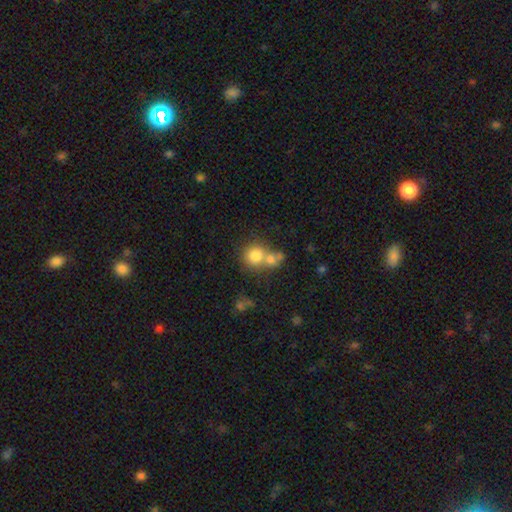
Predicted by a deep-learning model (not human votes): Smooth or featured: smooth — 77% (featured or disk — 12%)
How rounded: round — 83% (in between — 16%)
Merging: merger — 50% (none — 38%)